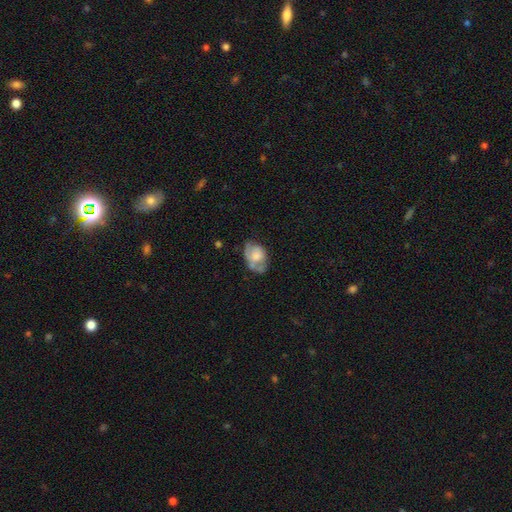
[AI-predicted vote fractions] Smooth or featured: smooth — 56% (featured or disk — 37%)
How rounded: in between — 82% (round — 17%)
Merging: none — 40% (minor disturbance — 35%)